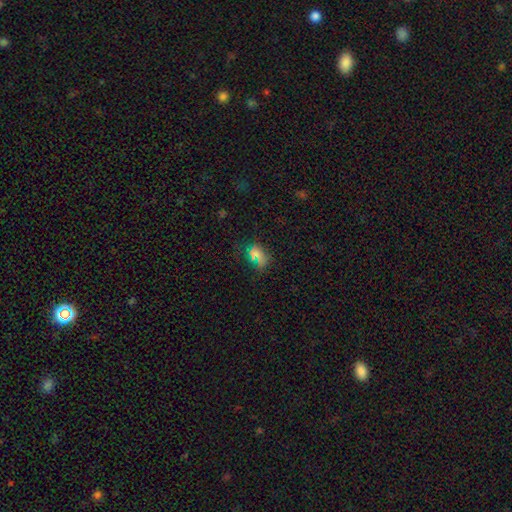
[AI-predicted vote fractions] Smooth or featured?
  - smooth: 59% *
  - star or artifact: 33%
  - featured or disk: 8%
How rounded?
  - in between: 71% *
  - round: 24%
  - cigar-shaped: 5%
Merging?
  - none: 72% *
  - minor disturbance: 16%
  - major disturbance: 8%
  - merger: 5%